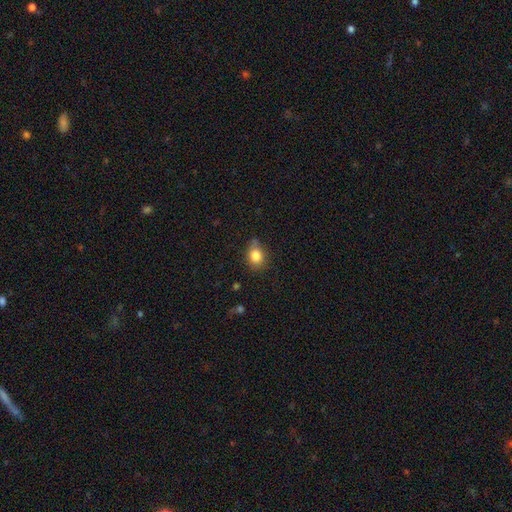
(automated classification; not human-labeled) Smooth or featured: smooth — 83% (star or artifact — 10%)
How rounded: in between — 53% (round — 46%)
Merging: none — 70% (minor disturbance — 23%)